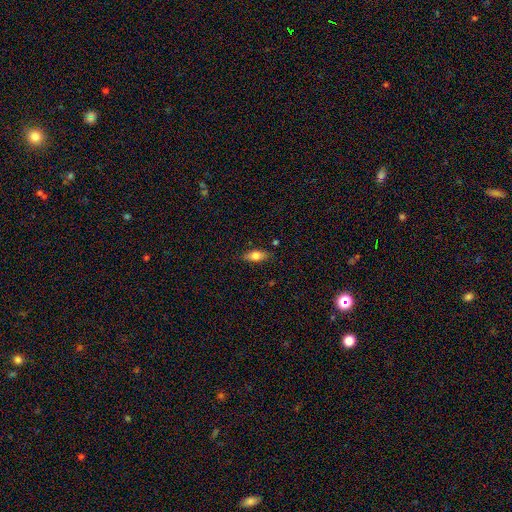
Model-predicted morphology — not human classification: A smooth galaxy with no disk features (76%) that is in between round and cigar-shaped (81%).

Vote fractions:
- Smooth or featured? smooth: 76% / featured or disk: 16% / star or artifact: 8%
- How rounded? in between: 81% / cigar-shaped: 15% / round: 4%
- Merging? none: 82% / minor disturbance: 13% / major disturbance: 3% / merger: 2%